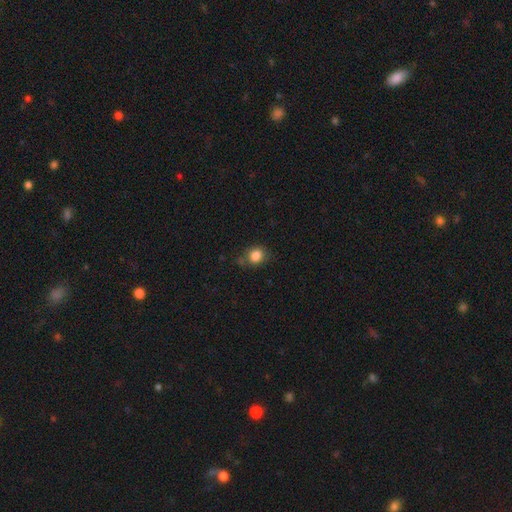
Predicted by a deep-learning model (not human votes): Smooth or featured? smooth (83%)
How rounded? round (65%)
Merging? none (71%)